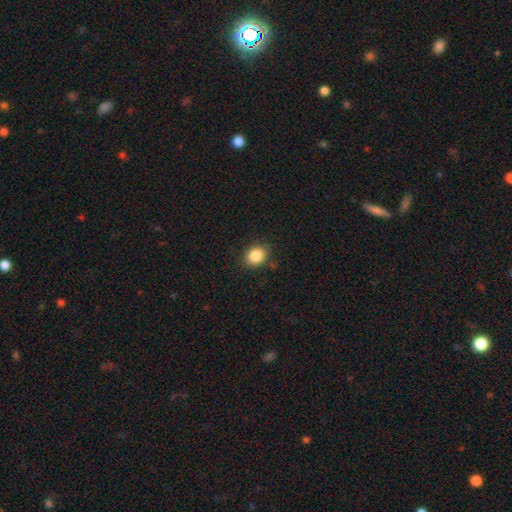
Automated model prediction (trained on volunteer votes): Smooth or featured? smooth (85%)
How rounded? round (54%)
Merging? none (85%)